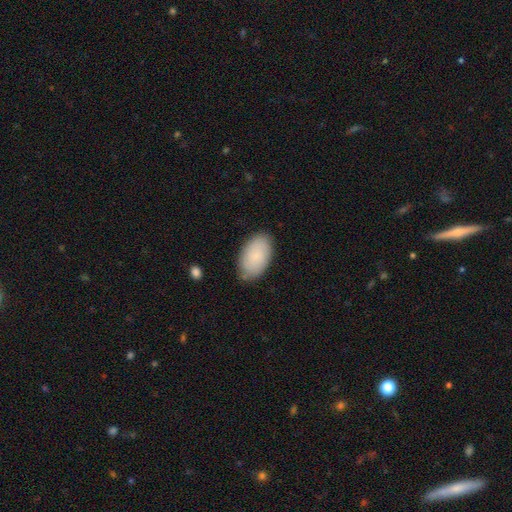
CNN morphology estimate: Smooth or featured?
  - smooth: 85% *
  - featured or disk: 9%
  - star or artifact: 6%
How rounded?
  - in between: 95% *
  - round: 4%
  - cigar-shaped: 1%
Merging?
  - none: 79% *
  - minor disturbance: 16%
  - major disturbance: 3%
  - merger: 1%